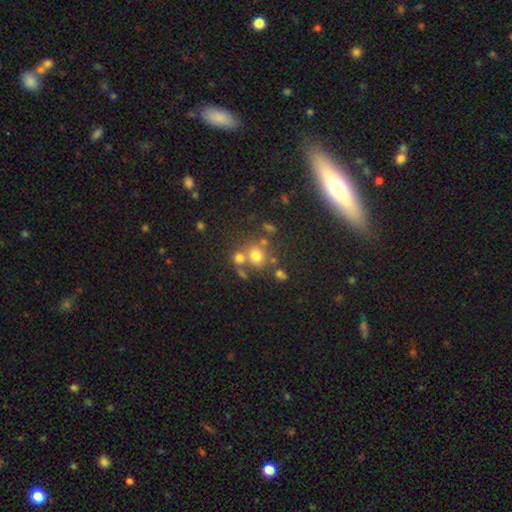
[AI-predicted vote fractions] The model was most divided on "merging": none: 55%, merger: 29%, minor disturbance: 10%, major disturbance: 5%. More confident: how rounded — round (82%); smooth or featured — smooth (67%).